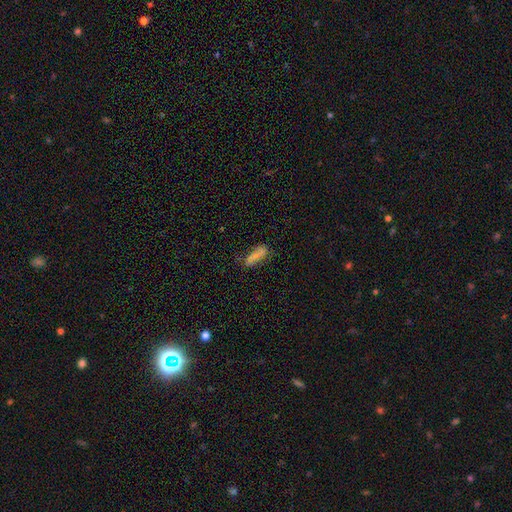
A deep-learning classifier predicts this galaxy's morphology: A smooth galaxy with no disk features (72%) that is in between round and cigar-shaped (62%). Merging: none (58%).